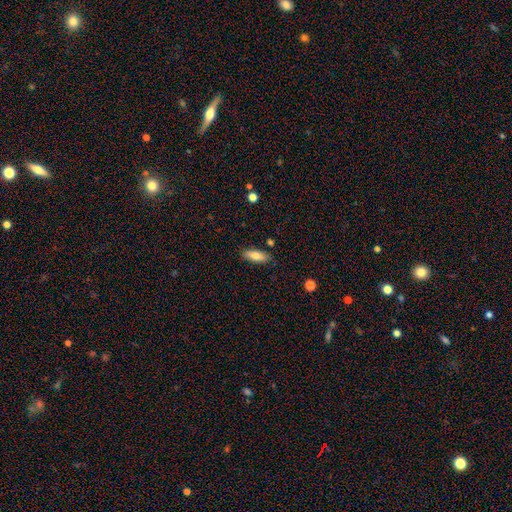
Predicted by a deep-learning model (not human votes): This is likely a smooth galaxy (76%). How rounded: likely in between (69%). Merging: clearly none (84%).